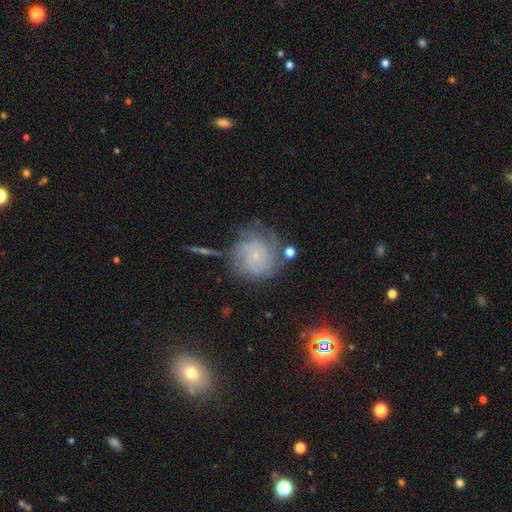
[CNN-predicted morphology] The model was most divided on "spiral arm count": can't tell: 44%, 4: 15%, 3: 15%, 2: 12%, more than 4: 8%, 1: 6%. More confident: edge-on disk — no (97%); spiral arms — yes (88%); bulge size — small (85%); bar — no (81%); spiral winding — tight (68%); merging — none (63%); smooth or featured — featured or disk (62%).